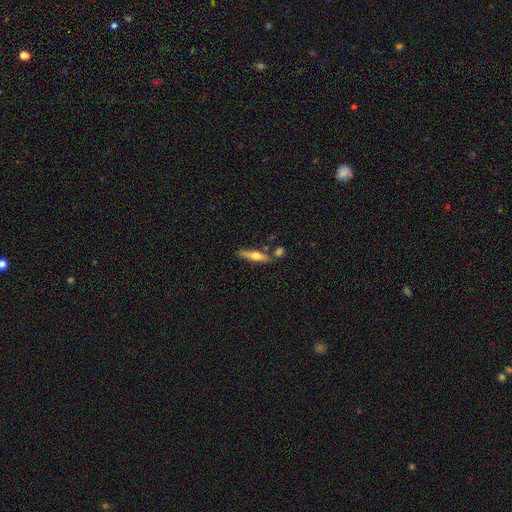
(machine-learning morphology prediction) Smooth or featured?
  - featured or disk: 51% *
  - smooth: 43%
  - star or artifact: 6%
Edge-on disk?
  - yes: 93% *
  - no: 7%
Merging?
  - none: 77% *
  - minor disturbance: 11%
  - merger: 10%
  - major disturbance: 3%